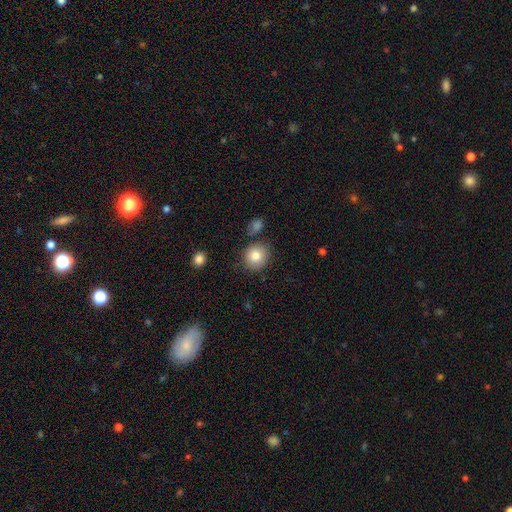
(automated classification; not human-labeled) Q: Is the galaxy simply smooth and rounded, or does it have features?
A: smooth — 82%.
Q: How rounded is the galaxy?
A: round — 84%.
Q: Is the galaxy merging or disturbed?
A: none — 81%.